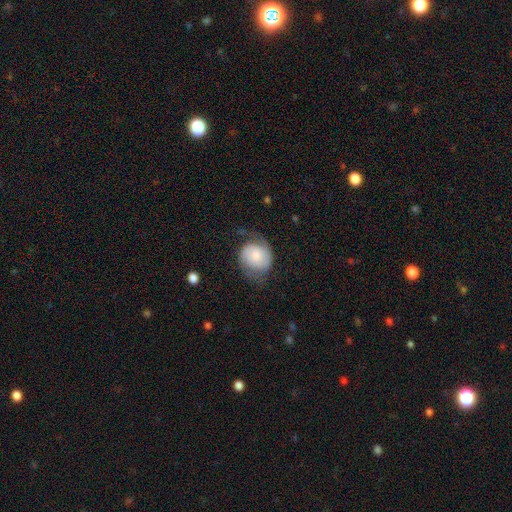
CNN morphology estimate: A featured or disk galaxy (53%) with no bar (70%), spiral arms (88%) and a small central bulge (38%).

Vote fractions:
- Smooth or featured? featured or disk: 53% / smooth: 39% / star or artifact: 7%
- Edge-on disk? no: 97% / yes: 3%
- Bar? no: 70% / weak: 25% / strong: 5%
- Spiral arms? yes: 88% / no: 12%
- Bulge size? small: 38% / moderate: 30% / large: 13% / none: 12% / dominant: 6%
- Merging? none: 53% / minor disturbance: 26% / major disturbance: 20% / merger: 2%